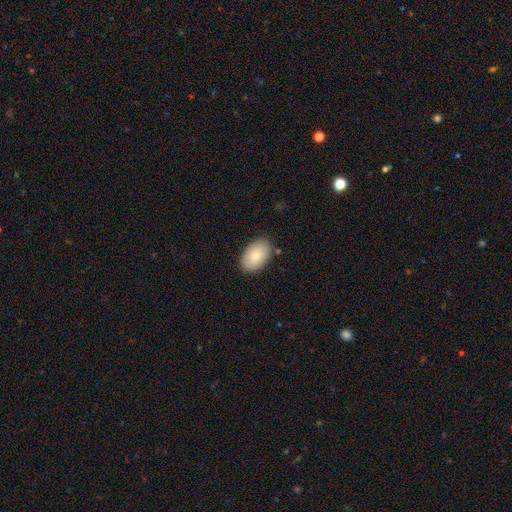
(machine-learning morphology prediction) smooth-or-featured: smooth: 80% | featured or disk: 13% | star or artifact: 6%
  how-rounded: in between: 92% | round: 7% | cigar-shaped: 1%
  merging: none: 85% | minor disturbance: 11% | major disturbance: 2% | merger: 2%